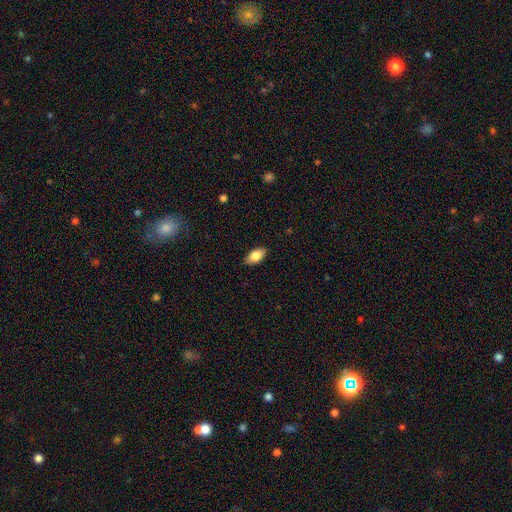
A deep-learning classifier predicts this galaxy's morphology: Smooth or featured: smooth — 83% (featured or disk — 10%)
How rounded: in between — 92% (cigar-shaped — 4%)
Merging: none — 87% (minor disturbance — 10%)